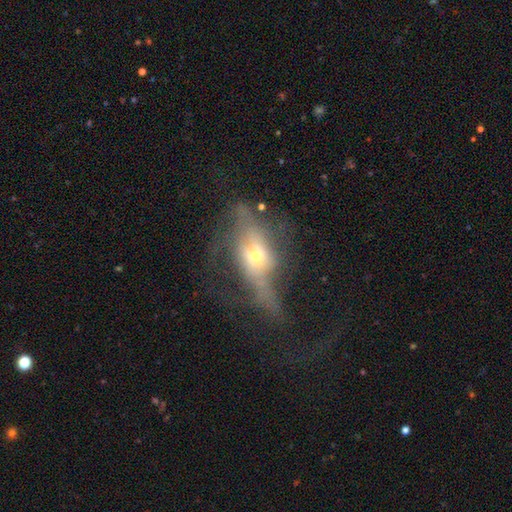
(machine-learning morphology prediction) Smooth or featured? Predicted: featured or disk (p=0.62). Edge-on disk? Predicted: no (p=0.54). Merging? Predicted: major disturbance (p=0.45).